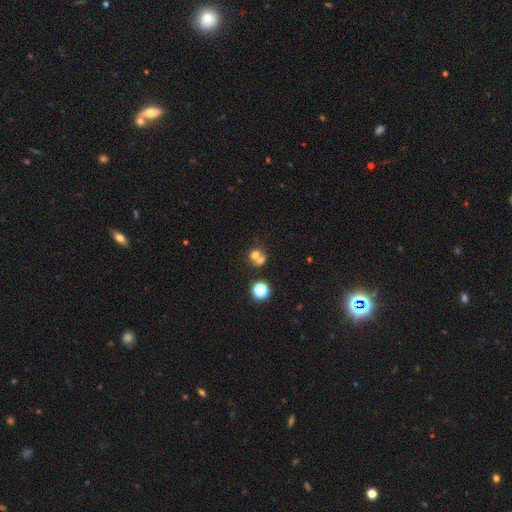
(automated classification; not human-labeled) smooth_or_featured: smooth (p=0.64) [alt: star or artifact p=0.19]
how_rounded: round (p=0.78) [alt: in between p=0.21]
merging: merger (p=0.55) [alt: none p=0.35]